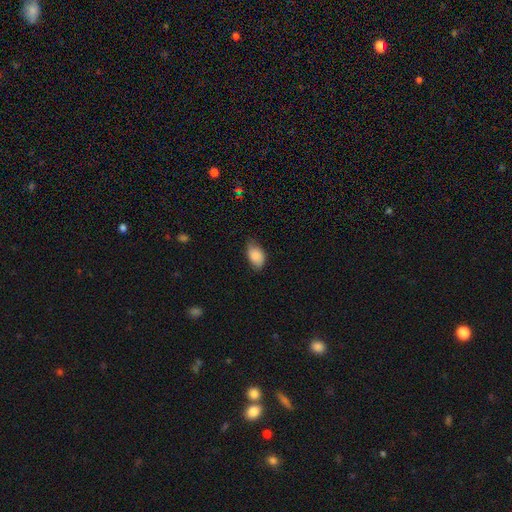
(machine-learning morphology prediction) Overall: smooth (87%). How rounded: in between (87%). Merging: none (60%; minor disturbance 33%).